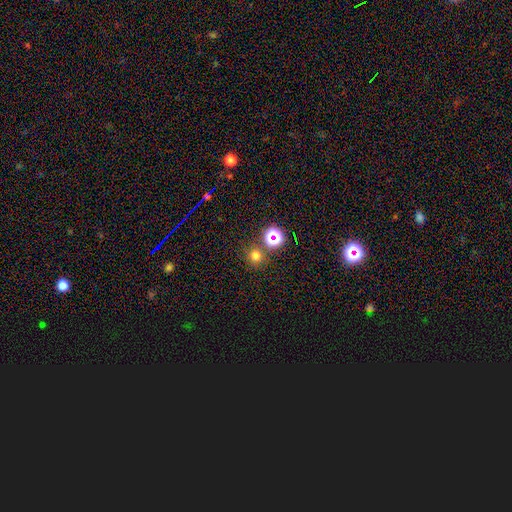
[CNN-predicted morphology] smooth 68%, star or artifact 26%, featured or disk 6%. Down the decision tree: how rounded — round (92%); merging — none (78%).